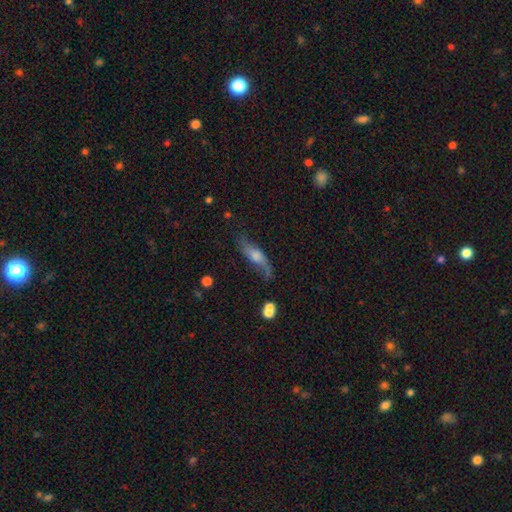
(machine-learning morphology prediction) Overall: featured or disk (59%; smooth 32%). Edge-on disk: no (62%; yes 38%). Merging: none (60%; minor disturbance 24%).